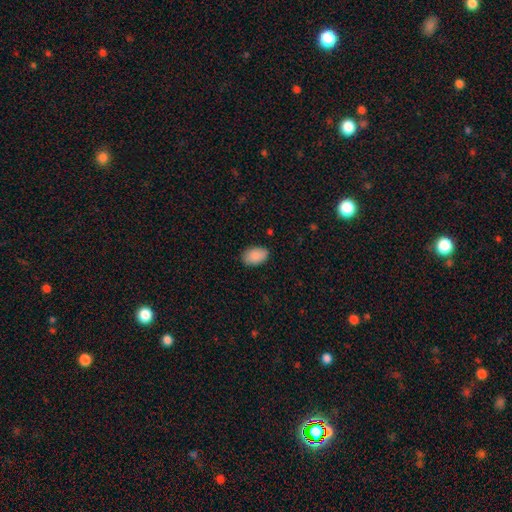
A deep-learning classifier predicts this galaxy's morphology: smooth-or-featured: smooth: 89% | star or artifact: 7% | featured or disk: 4%
  how-rounded: in between: 90% | round: 8% | cigar-shaped: 1%
  merging: none: 84% | minor disturbance: 13% | major disturbance: 2% | merger: 1%